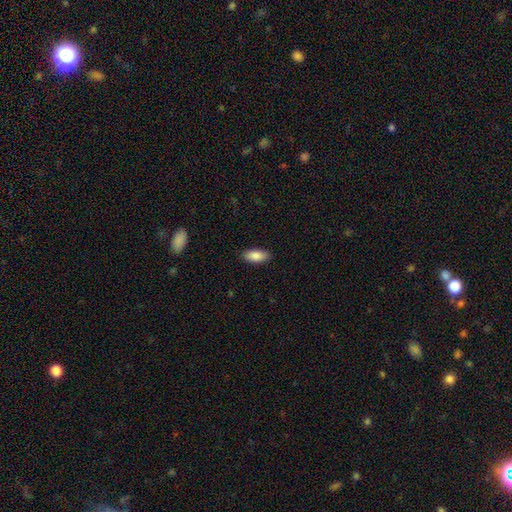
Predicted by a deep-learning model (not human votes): A smooth galaxy with no disk features (87%) that is in between round and cigar-shaped (87%).

Vote fractions:
- Smooth or featured? smooth: 87% / featured or disk: 7% / star or artifact: 6%
- How rounded? in between: 87% / cigar-shaped: 11% / round: 2%
- Merging? none: 89% / minor disturbance: 8% / major disturbance: 2% / merger: 1%